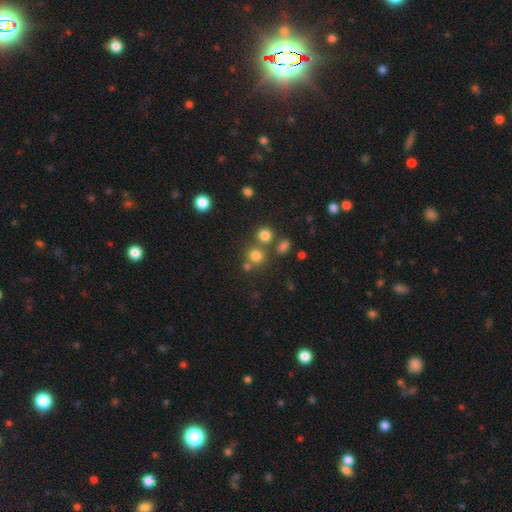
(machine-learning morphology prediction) smooth_or_featured: smooth (p=0.75) [alt: star or artifact p=0.18]
how_rounded: round (p=0.87) [alt: in between p=0.12]
merging: none (p=0.65) [alt: merger p=0.22]